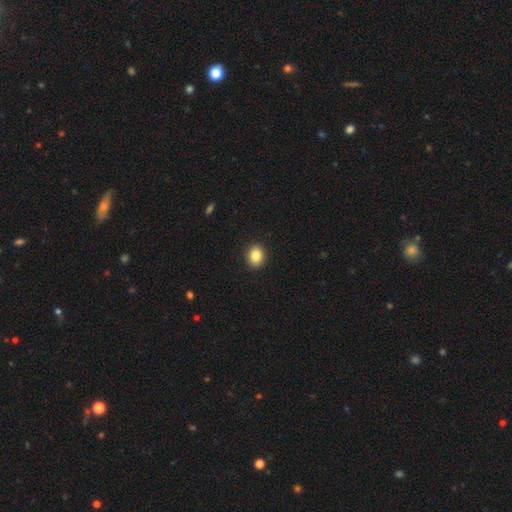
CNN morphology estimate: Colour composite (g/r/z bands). It shows a smooth galaxy with no disk features (86%) that is round (60%). Merging: none (91%).